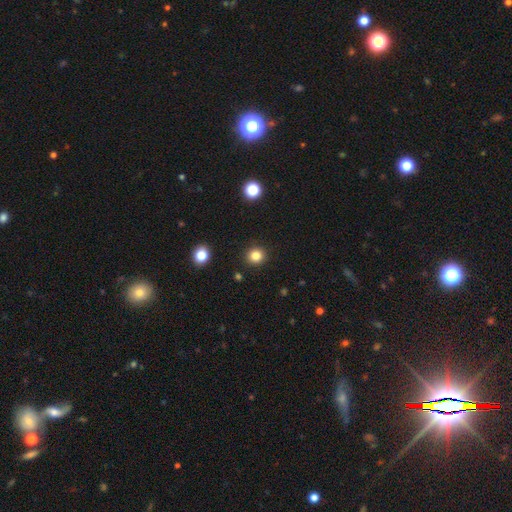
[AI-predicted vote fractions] This is clearly a smooth galaxy (84%). How rounded: clearly round (90%). Merging: clearly none (92%).